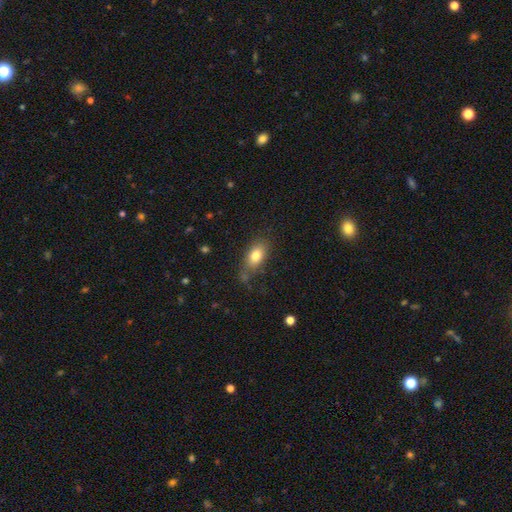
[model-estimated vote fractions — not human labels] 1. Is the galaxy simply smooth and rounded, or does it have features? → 78% smooth, 13% featured or disk, 9% star or artifact.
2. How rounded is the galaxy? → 84% in between, 11% round, 5% cigar-shaped.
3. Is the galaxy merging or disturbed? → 69% none, 20% minor disturbance, 6% major disturbance, 5% merger.